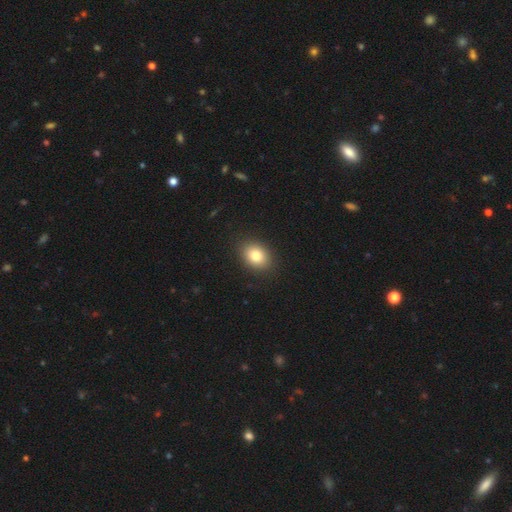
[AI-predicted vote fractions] Morphology: type=smooth (82%); roundness=in between (65%); merging=none (89%).